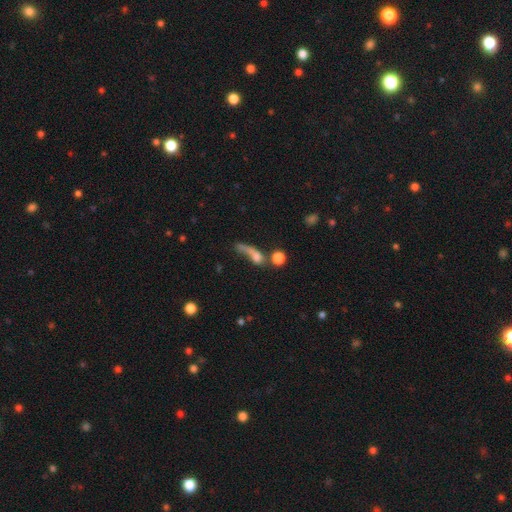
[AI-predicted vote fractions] A smooth galaxy with no disk features (58%) that is cigar-shaped (35%). Merging: major disturbance (30%).